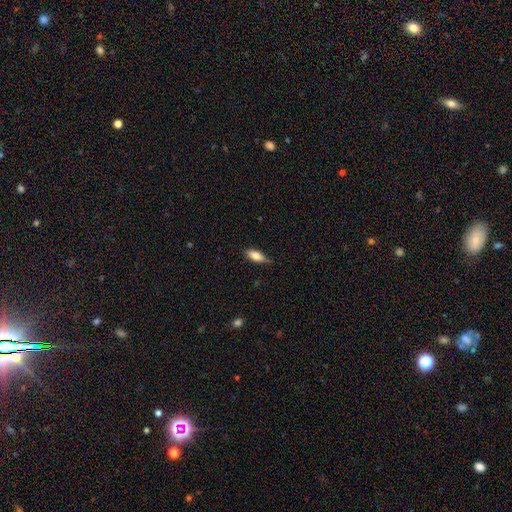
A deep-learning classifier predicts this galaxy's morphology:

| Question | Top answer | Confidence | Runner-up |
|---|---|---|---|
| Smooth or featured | smooth | 76% | featured or disk (17%) |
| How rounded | in between | 74% | cigar-shaped (23%) |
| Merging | none | 75% | minor disturbance (20%) |